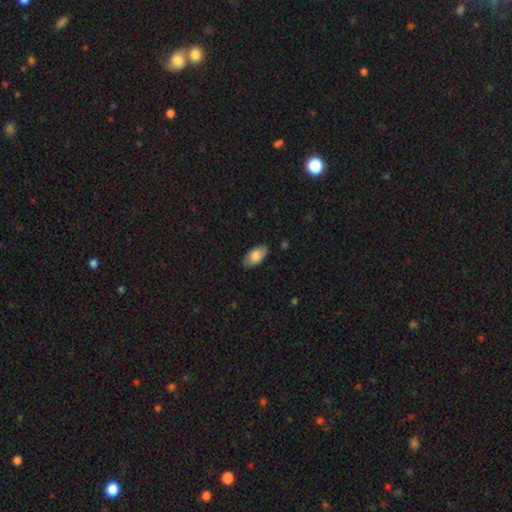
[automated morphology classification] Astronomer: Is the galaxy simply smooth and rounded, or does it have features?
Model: smooth — 78%.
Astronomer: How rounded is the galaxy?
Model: in between — 93%.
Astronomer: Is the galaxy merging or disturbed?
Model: none — 83%.